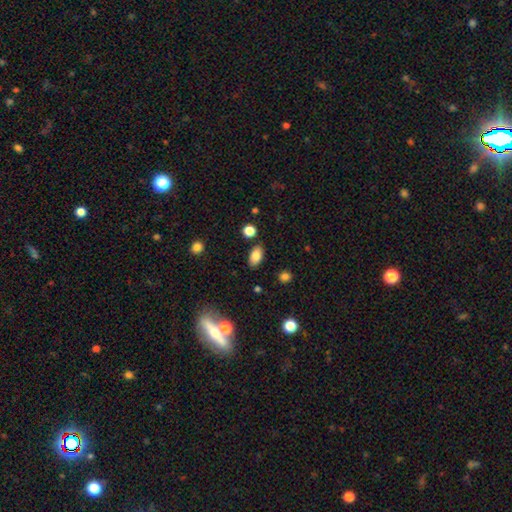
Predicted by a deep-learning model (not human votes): Smooth or featured?
  - smooth: 84% *
  - star or artifact: 9%
  - featured or disk: 6%
How rounded?
  - in between: 91% *
  - round: 7%
  - cigar-shaped: 2%
Merging?
  - none: 84% *
  - minor disturbance: 10%
  - merger: 3%
  - major disturbance: 3%